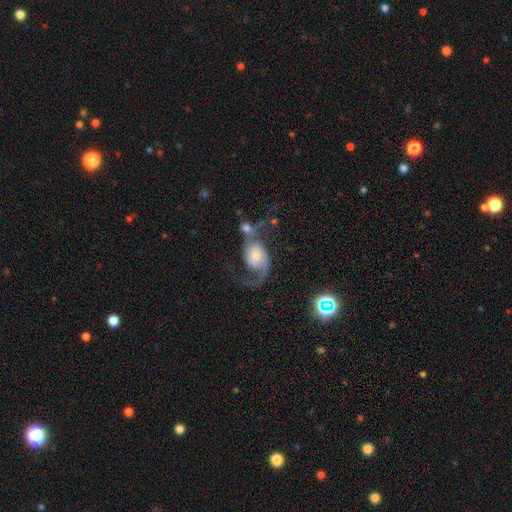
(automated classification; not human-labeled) Smooth or featured: featured or disk — 75% (smooth — 18%)
Edge-on disk: no — 97% (yes — 3%)
Bar: no — 67% (weak — 27%)
Spiral arms: yes — 93% (no — 7%)
Spiral winding: loose — 62% (medium — 30%)
Spiral arm count: 2 — 65% (1 — 29%)
Bulge size: small — 42% (moderate — 35%)
Merging: none — 33% (major disturbance — 30%)